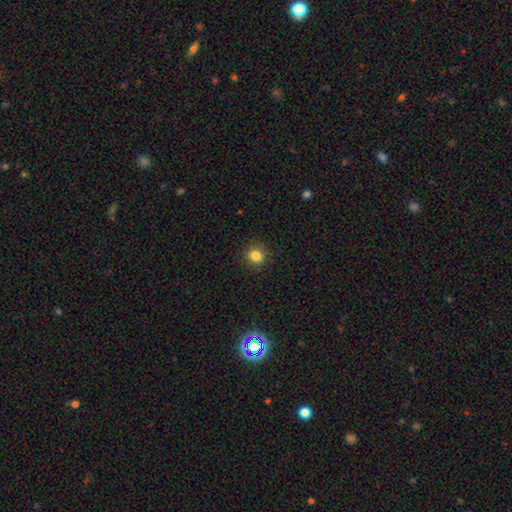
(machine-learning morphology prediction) Q: Smooth or featured?
A: smooth (84%); runner-up: star or artifact (12%)
Q: How rounded?
A: round (81%); runner-up: in between (18%)
Q: Merging?
A: none (89%); runner-up: minor disturbance (7%)